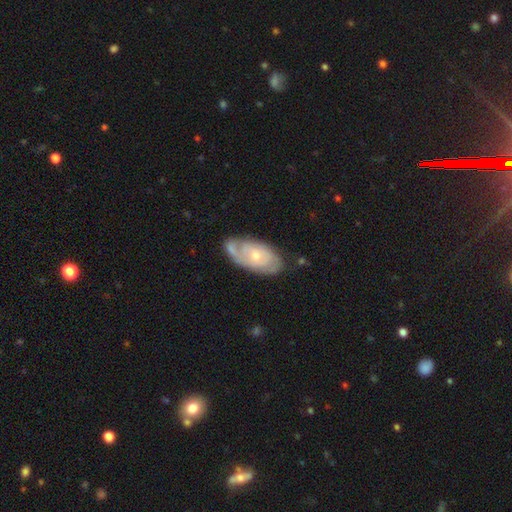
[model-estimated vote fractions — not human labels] smooth_or_featured: featured or disk (p=0.65) [alt: smooth p=0.30]
disk_edge_on: no (p=0.93) [alt: yes p=0.07]
bar: no (p=0.73) [alt: weak p=0.23]
has_spiral_arms: yes (p=0.75) [alt: no p=0.25]
bulge_size: small (p=0.57) [alt: moderate p=0.40]
merging: none (p=0.57) [alt: minor disturbance p=0.26]